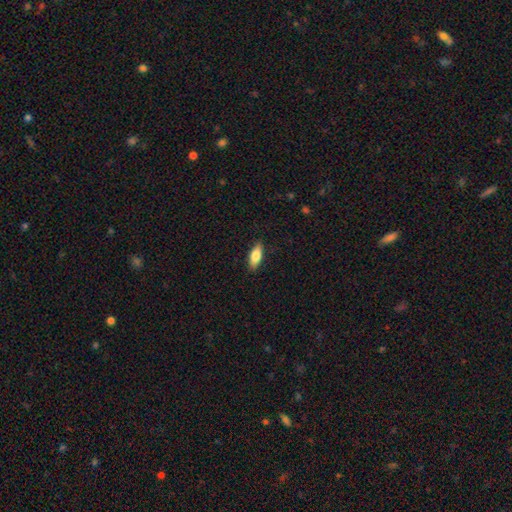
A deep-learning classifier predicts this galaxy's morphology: smooth-or-featured: smooth: 78% | featured or disk: 16% | star or artifact: 6%
  how-rounded: in between: 78% | cigar-shaped: 19% | round: 3%
  merging: none: 87% | minor disturbance: 10% | major disturbance: 2% | merger: 1%